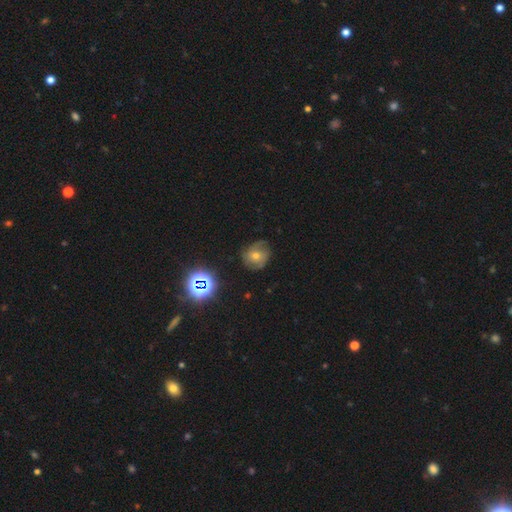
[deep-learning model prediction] A featured or disk galaxy (53%) with no bar (79%), spiral arms (80%) and a moderate central bulge (55%). Merging: none (66%).